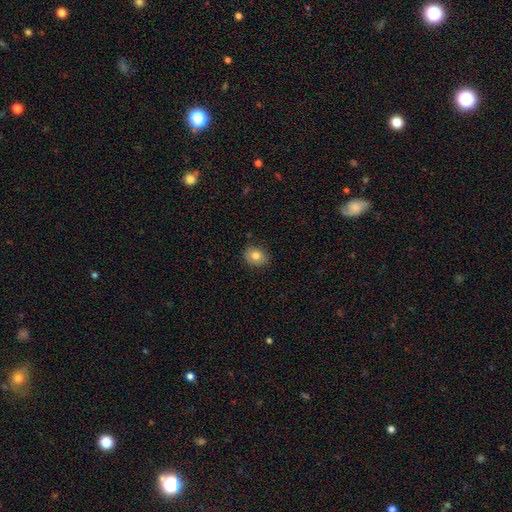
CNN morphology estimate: The model was most divided on "how rounded": round: 54%, in between: 45%, cigar-shaped: 1%. More confident: merging — none (85%); smooth or featured — smooth (80%).